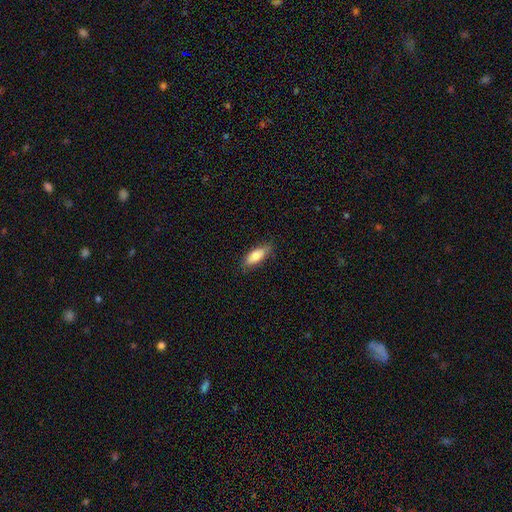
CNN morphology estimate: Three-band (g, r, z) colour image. It shows a smooth galaxy with no disk features (80%) that is in between round and cigar-shaped (73%). Merging: none (80%).